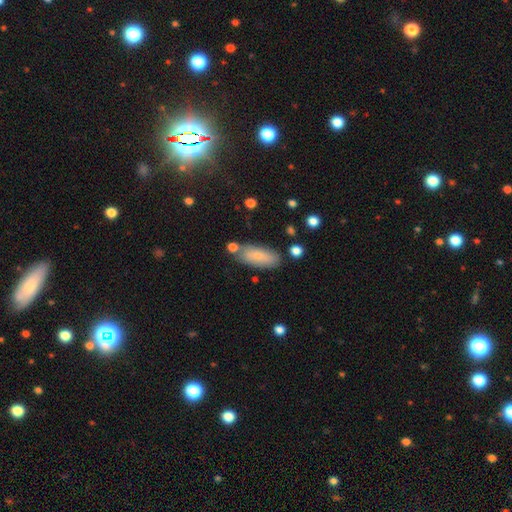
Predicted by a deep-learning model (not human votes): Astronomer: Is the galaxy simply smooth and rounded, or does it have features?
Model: smooth — 79%.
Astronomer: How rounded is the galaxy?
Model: in between — 78%.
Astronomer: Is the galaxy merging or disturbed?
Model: none — 73%.